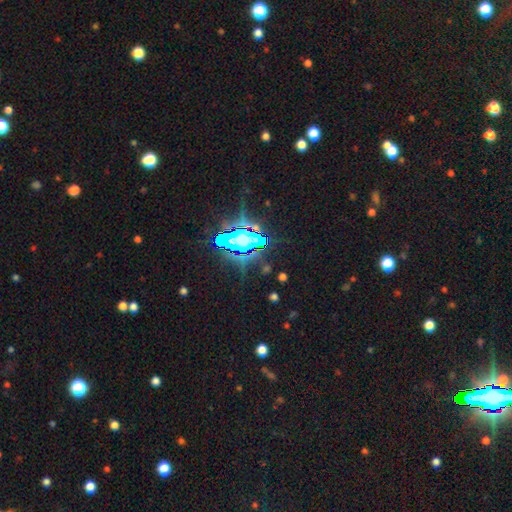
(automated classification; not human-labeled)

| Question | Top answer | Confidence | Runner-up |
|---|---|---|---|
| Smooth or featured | star or artifact | 78% | smooth (11%) |